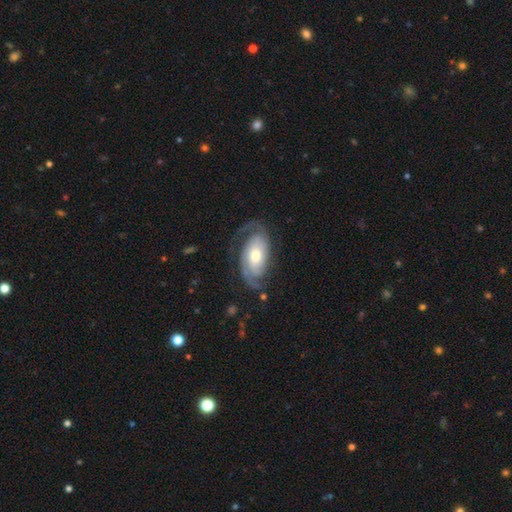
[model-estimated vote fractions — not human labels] A featured or disk galaxy (83%) with no bar (65%), 2 (81%) tight (43%) spiral arms (95%) and a moderate central bulge (64%). Merging: none (69%).